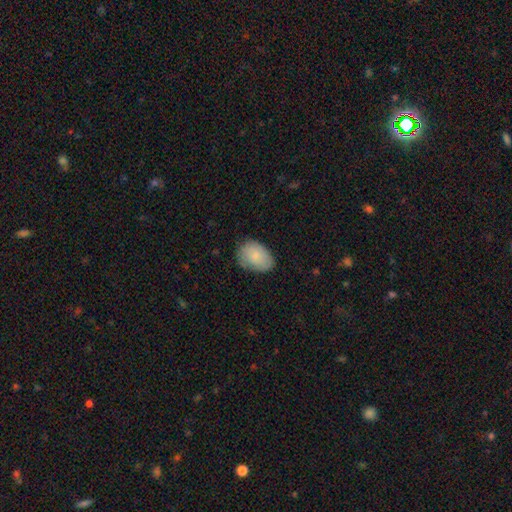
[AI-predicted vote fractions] Q: Smooth or featured?
A: smooth (81%); runner-up: featured or disk (12%)
Q: How rounded?
A: in between (80%); runner-up: round (19%)
Q: Merging?
A: none (71%); runner-up: minor disturbance (24%)